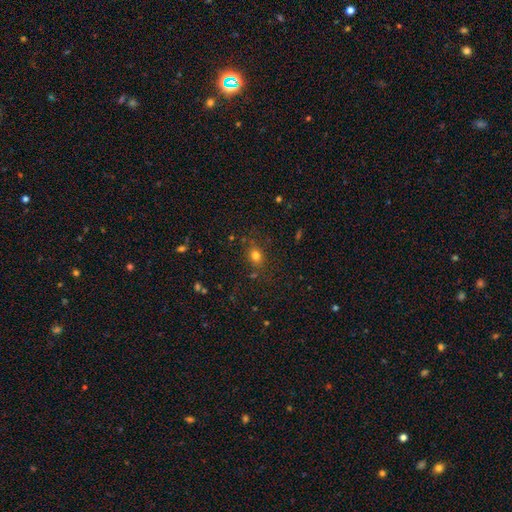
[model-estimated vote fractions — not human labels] smooth 74%, star or artifact 17%, featured or disk 9%. Down the decision tree: how rounded — round (57%); merging — none (79%).